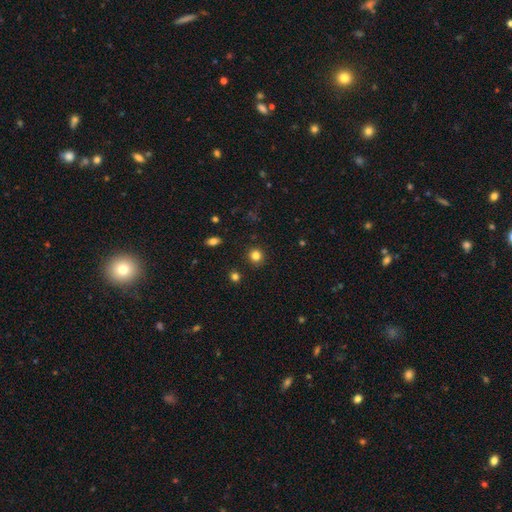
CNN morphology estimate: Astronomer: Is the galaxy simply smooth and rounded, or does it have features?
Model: smooth — 82%.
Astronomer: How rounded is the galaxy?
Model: round — 91%.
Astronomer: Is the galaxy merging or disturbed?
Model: none — 91%.